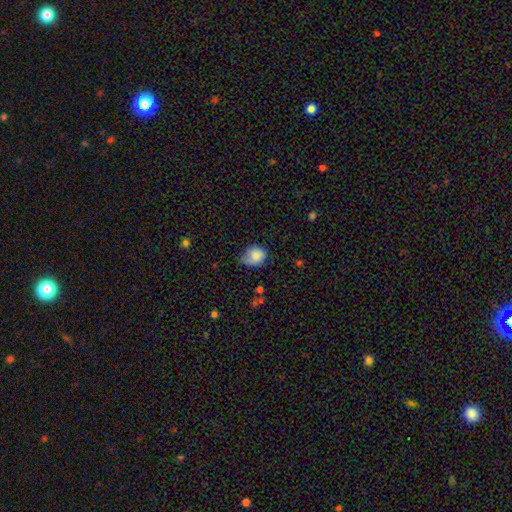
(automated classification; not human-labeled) The model was most divided on "merging": none: 45%, minor disturbance: 41%, major disturbance: 12%, merger: 2%. More confident: smooth or featured — smooth (83%); how rounded — round (57%).